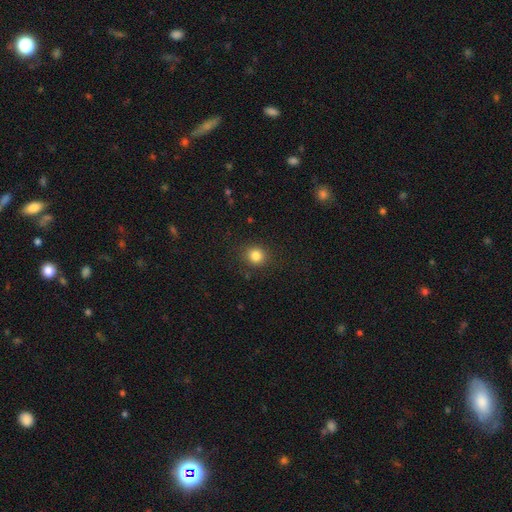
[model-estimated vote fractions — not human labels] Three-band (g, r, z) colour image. It shows a smooth galaxy with no disk features (83%) that is round (84%). Merging: none (88%).